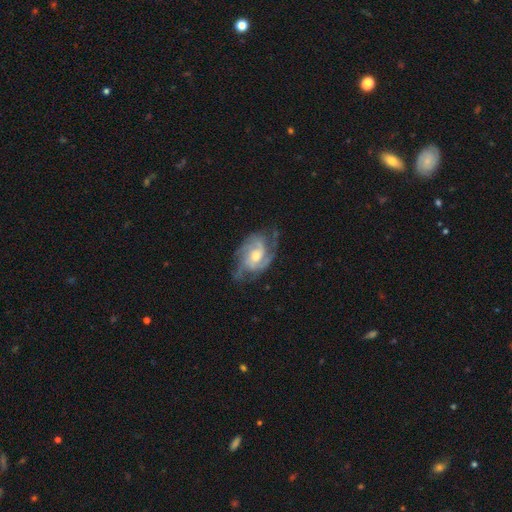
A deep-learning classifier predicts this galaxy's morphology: This appears to be a featured or disk galaxy (86%) with no bar (60%), 3 (32%) medium (46%) spiral arms (96%) and a moderate central bulge (62%). Merging: none (64%).